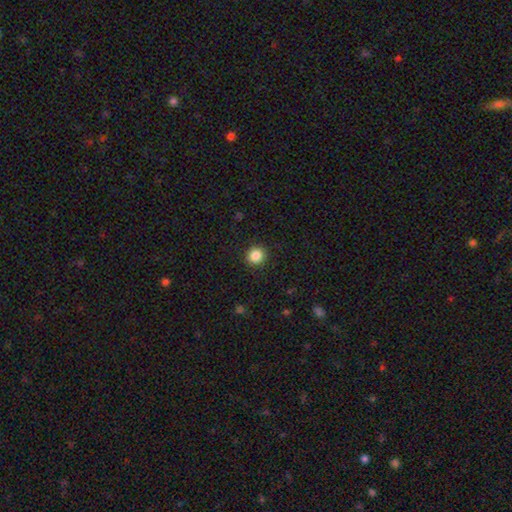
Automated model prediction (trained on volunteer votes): Smooth or featured?
  - smooth: 86% *
  - star or artifact: 10%
  - featured or disk: 4%
How rounded?
  - round: 91% *
  - in between: 8%
  - cigar-shaped: 1%
Merging?
  - none: 91% *
  - minor disturbance: 6%
  - major disturbance: 2%
  - merger: 1%